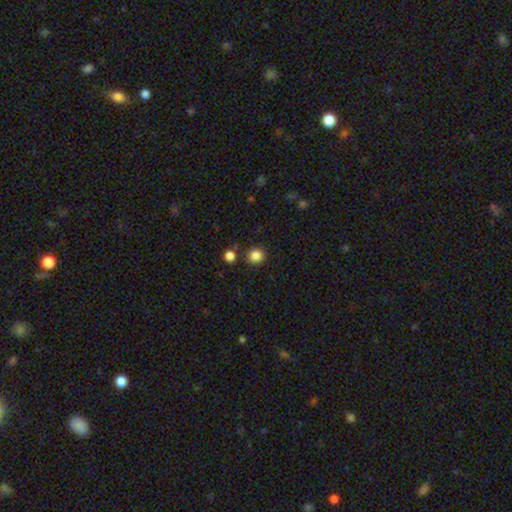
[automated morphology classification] smooth_or_featured: smooth (p=0.85) [alt: star or artifact p=0.12]
how_rounded: round (p=0.91) [alt: in between p=0.08]
merging: none (p=0.86) [alt: minor disturbance p=0.07]